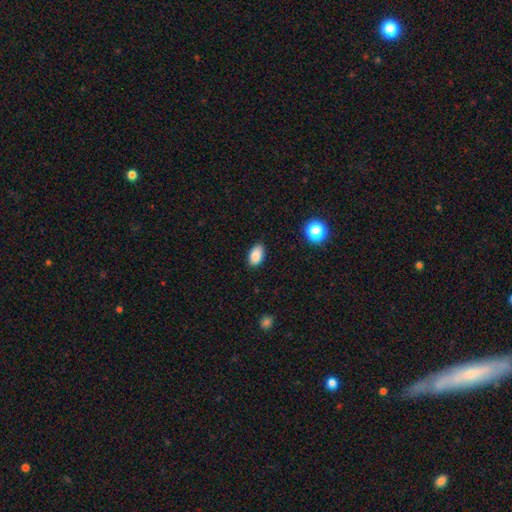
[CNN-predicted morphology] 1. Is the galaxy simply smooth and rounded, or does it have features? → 86% smooth, 9% star or artifact, 5% featured or disk.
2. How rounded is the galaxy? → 91% in between, 7% round, 2% cigar-shaped.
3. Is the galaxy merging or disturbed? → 81% none, 15% minor disturbance, 3% major disturbance, 1% merger.